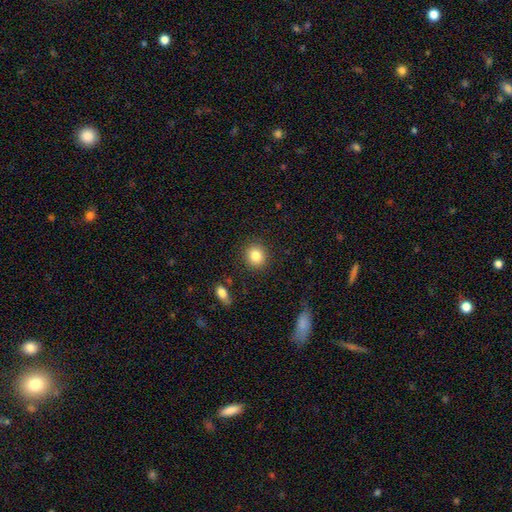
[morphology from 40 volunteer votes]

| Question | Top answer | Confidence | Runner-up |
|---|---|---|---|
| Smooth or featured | smooth | 82% | star or artifact (12%) |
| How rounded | round | 82% | in between (18%) |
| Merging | none | 77% | minor disturbance (14%) |